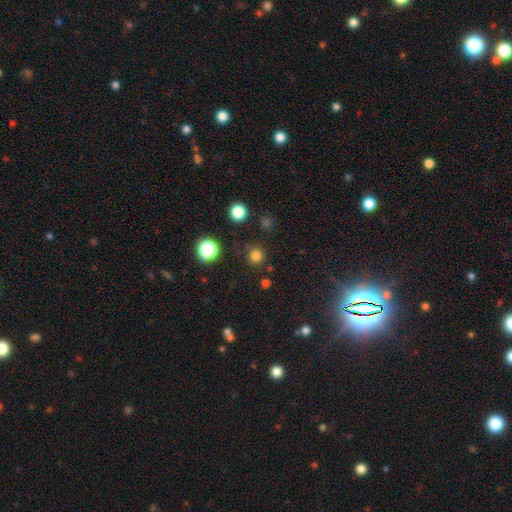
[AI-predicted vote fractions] This appears to be a smooth galaxy with no disk features (76%) that is round (94%). Merging: none (86%).